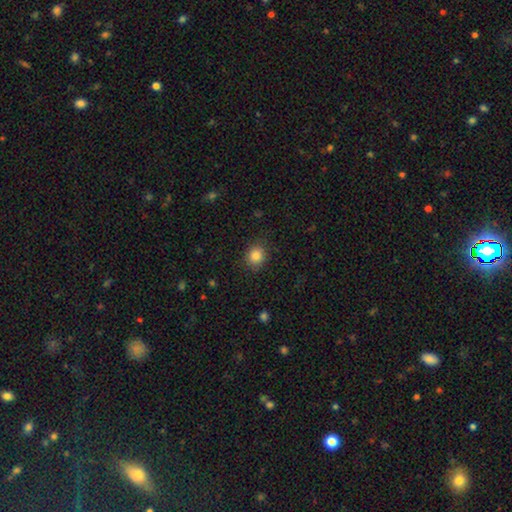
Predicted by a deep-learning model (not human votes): This appears to be a smooth galaxy with no disk features (84%) that is round (75%). Merging: none (88%).